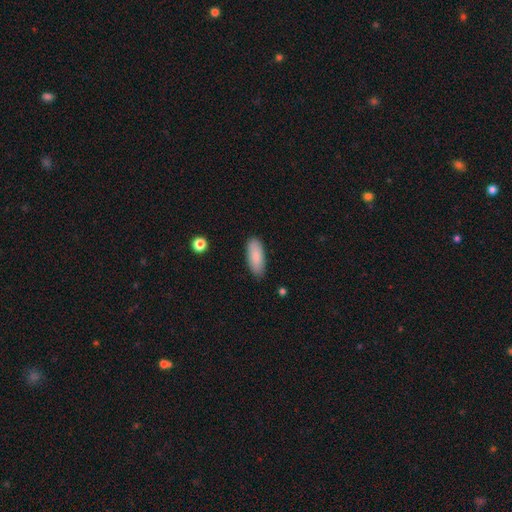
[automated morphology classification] Smooth or featured? Predicted: smooth (p=0.87). How rounded? Predicted: in between (p=0.78). Merging? Predicted: none (p=0.85).